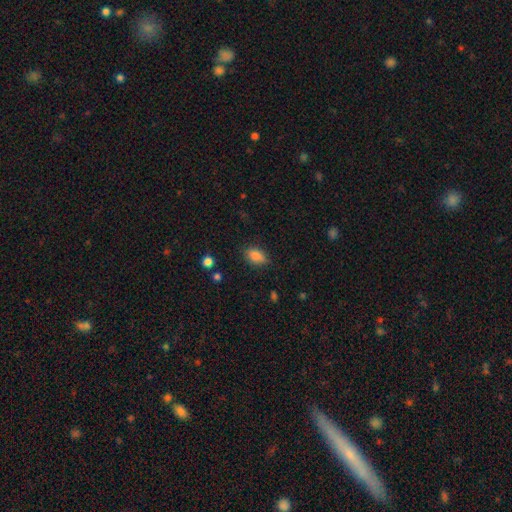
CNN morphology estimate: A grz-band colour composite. It shows a smooth galaxy with no disk features (86%) that is in between round and cigar-shaped (85%). Merging: none (79%).